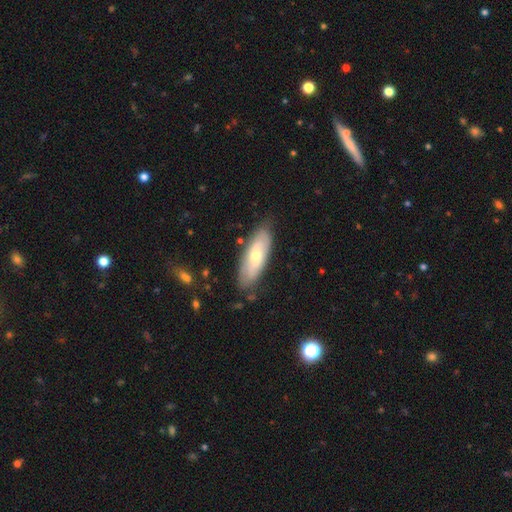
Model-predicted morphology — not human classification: Smooth or featured? smooth (50%)
How rounded? in between (54%)
Merging? none (81%)